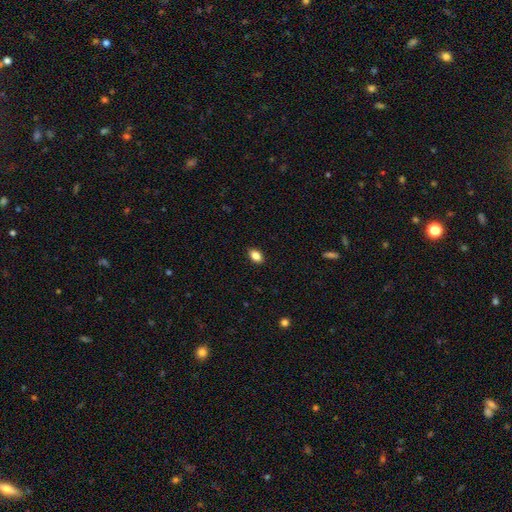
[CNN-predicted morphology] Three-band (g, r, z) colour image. It shows a smooth galaxy with no disk features (86%) that is in between round and cigar-shaped (87%). Merging: none (89%).